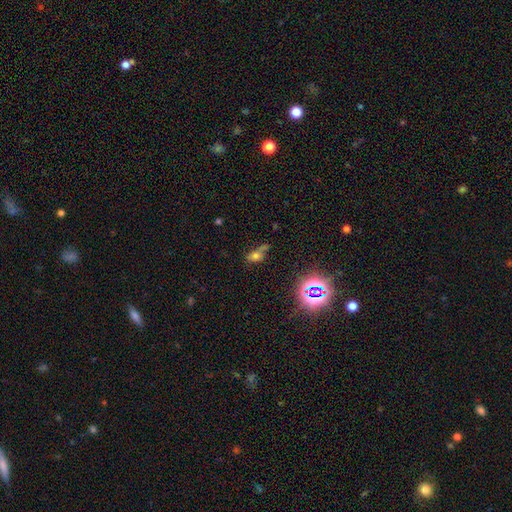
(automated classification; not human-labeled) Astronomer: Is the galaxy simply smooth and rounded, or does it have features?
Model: smooth — 57%.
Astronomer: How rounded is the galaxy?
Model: in between — 74%.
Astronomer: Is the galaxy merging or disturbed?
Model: none — 39% (runner-up: minor disturbance, 23%).